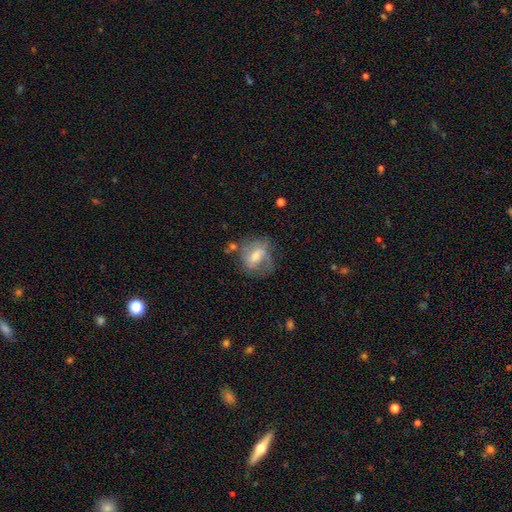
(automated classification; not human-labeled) Smooth or featured: featured or disk — 56% (smooth — 36%)
Edge-on disk: no — 96% (yes — 4%)
Bar: weak — 48% (no — 29%)
Spiral arms: yes — 70% (no — 30%)
Bulge size: moderate — 51% (small — 39%)
Merging: none — 49% (minor disturbance — 26%)